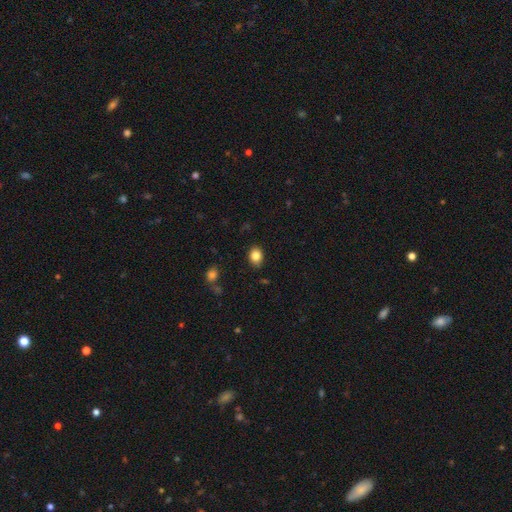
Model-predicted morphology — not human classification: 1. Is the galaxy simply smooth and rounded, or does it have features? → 85% smooth, 10% star or artifact, 6% featured or disk.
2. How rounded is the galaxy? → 61% in between, 38% round, 1% cigar-shaped.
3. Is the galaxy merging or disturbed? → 81% none, 15% minor disturbance, 3% major disturbance, 1% merger.